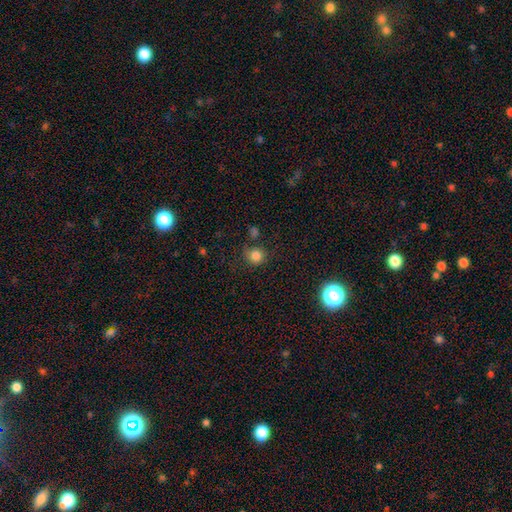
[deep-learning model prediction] smooth 82%, star or artifact 13%, featured or disk 5%. Down the decision tree: how rounded — round (89%); merging — none (73%).